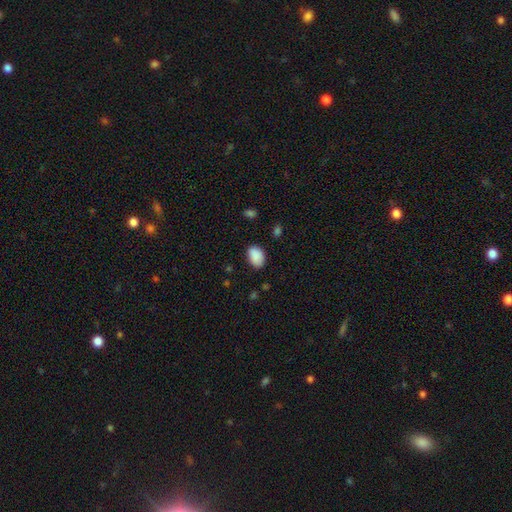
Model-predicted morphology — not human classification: smooth 89%, star or artifact 7%, featured or disk 4%. Down the decision tree: how rounded — in between (84%); merging — none (78%).